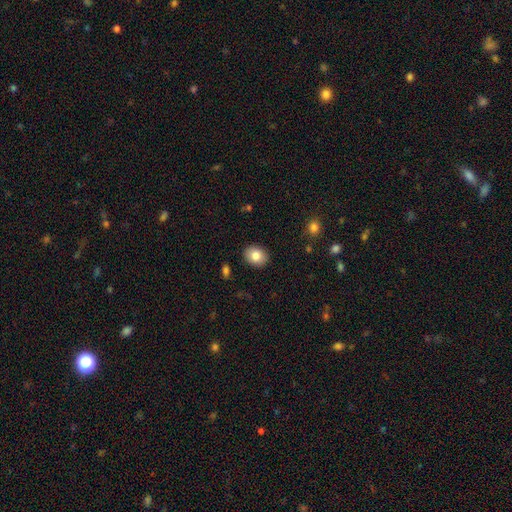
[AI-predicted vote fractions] Overall: smooth (83%). How rounded: in between (57%; round 42%). Merging: none (89%).